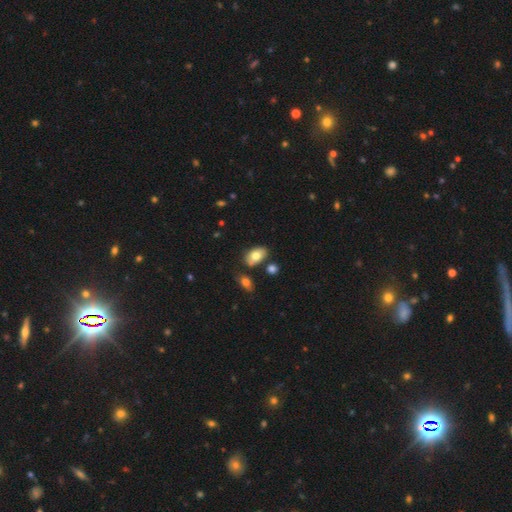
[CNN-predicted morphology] The model was most divided on "smooth or featured": smooth: 76%, featured or disk: 17%, star or artifact: 7%. More confident: how rounded — in between (91%); merging — none (76%).